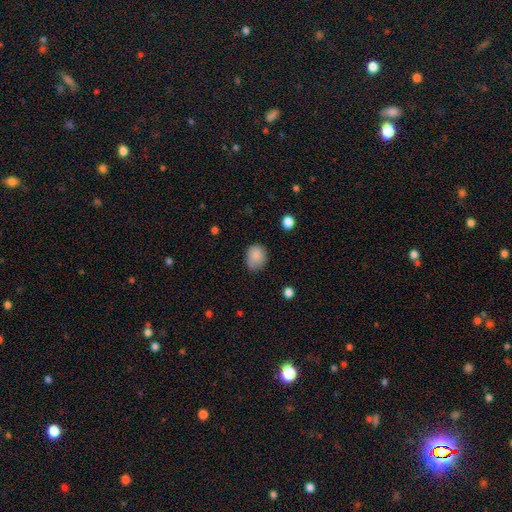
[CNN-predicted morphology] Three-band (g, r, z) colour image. It shows a smooth galaxy with no disk features (85%) that is round (52%). Merging: none (65%).